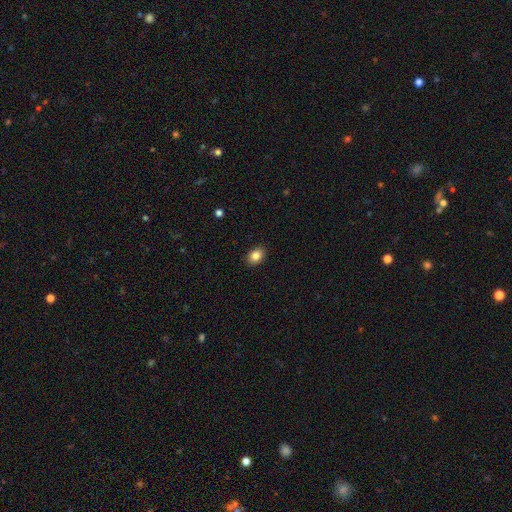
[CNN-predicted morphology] Smooth or featured?
  - smooth: 85% *
  - star or artifact: 9%
  - featured or disk: 6%
How rounded?
  - in between: 65% *
  - round: 34%
  - cigar-shaped: 1%
Merging?
  - none: 90% *
  - minor disturbance: 7%
  - major disturbance: 2%
  - merger: 1%